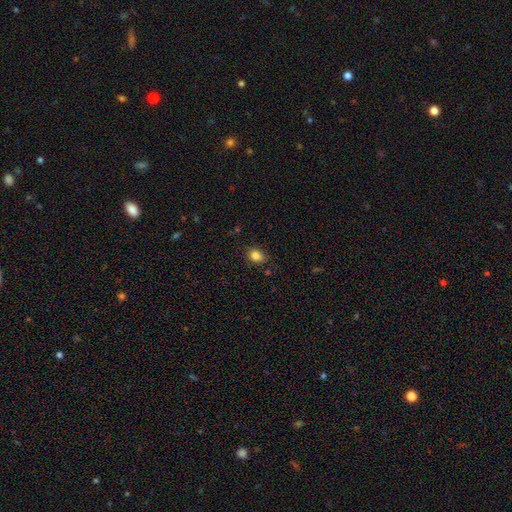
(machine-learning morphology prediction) A smooth galaxy with no disk features (84%) that is in between round and cigar-shaped (65%). Merging: none (85%).